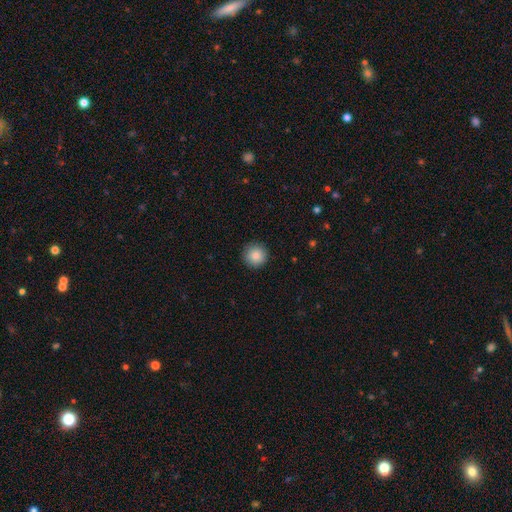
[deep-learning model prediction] Smooth or featured?
  - smooth: 87% *
  - star or artifact: 9%
  - featured or disk: 5%
How rounded?
  - round: 96% *
  - in between: 4%
  - cigar-shaped: 1%
Merging?
  - none: 92% *
  - minor disturbance: 6%
  - major disturbance: 2%
  - merger: 1%